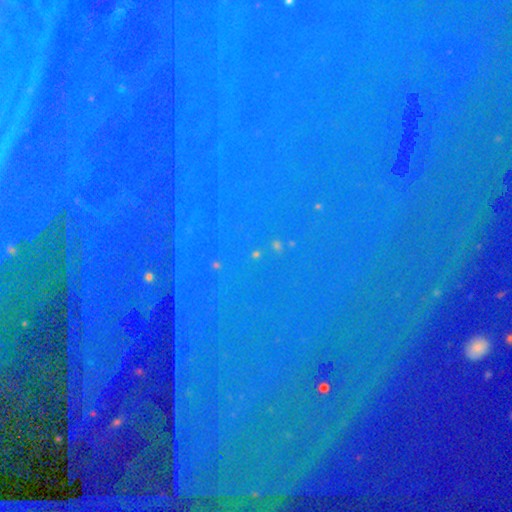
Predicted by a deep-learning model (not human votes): This appears to be a star or artifact, not a galaxy (87%).